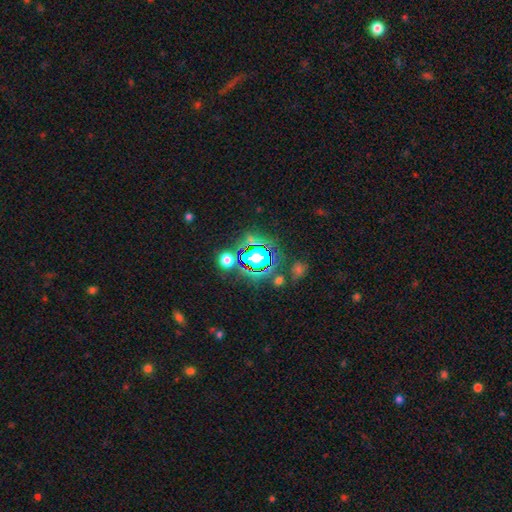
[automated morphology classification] A star or artifact, not a galaxy (69%).

Vote fractions:
- Smooth or featured? star or artifact: 69% / smooth: 21% / featured or disk: 10%